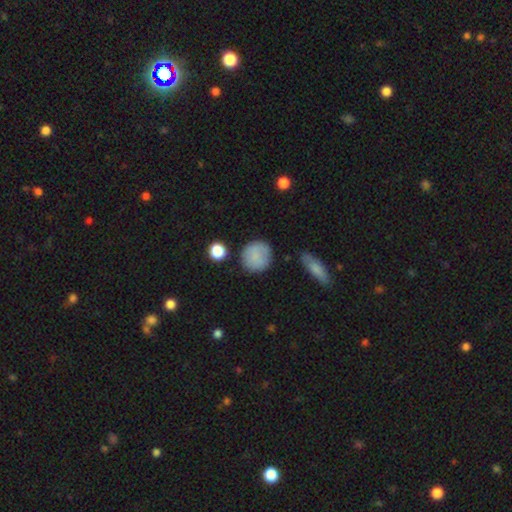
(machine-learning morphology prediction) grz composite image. It shows a smooth galaxy with no disk features (82%) that is round (91%). Merging: none (79%).